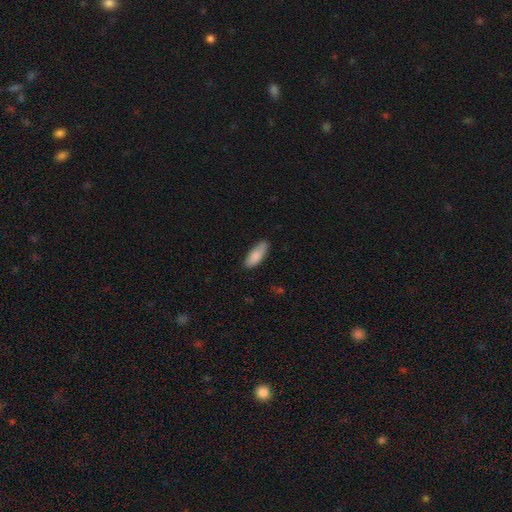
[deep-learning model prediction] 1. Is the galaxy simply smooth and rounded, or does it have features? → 83% smooth, 11% featured or disk, 6% star or artifact.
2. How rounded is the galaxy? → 69% in between, 29% cigar-shaped, 2% round.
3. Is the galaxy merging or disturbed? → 78% none, 18% minor disturbance, 3% major disturbance, 1% merger.